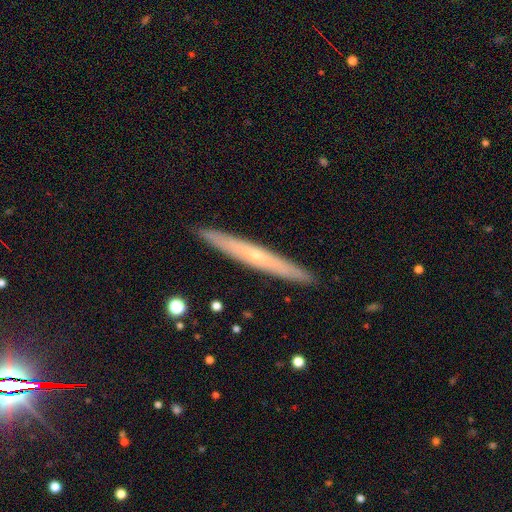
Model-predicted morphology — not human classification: Q: Smooth or featured?
A: featured or disk (60%); runner-up: smooth (35%)
Q: Edge-on disk?
A: yes (94%); runner-up: no (6%)
Q: Edge-on bulge?
A: rounded (52%); runner-up: none (45%)
Q: Merging?
A: none (92%); runner-up: minor disturbance (6%)